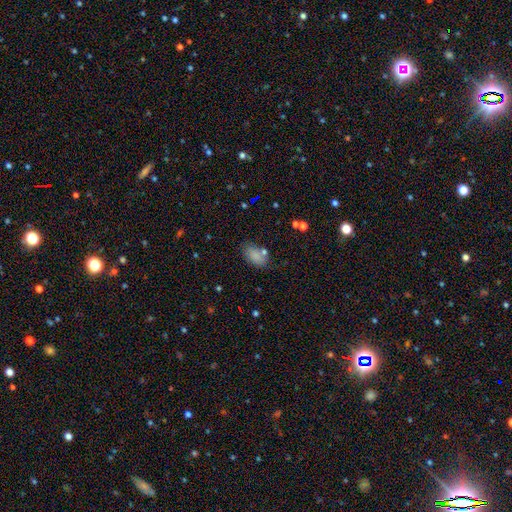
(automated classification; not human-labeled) smooth_or_featured: smooth (p=0.82) [alt: star or artifact p=0.11]
how_rounded: in between (p=0.91) [alt: round p=0.07]
merging: none (p=0.70) [alt: minor disturbance p=0.18]